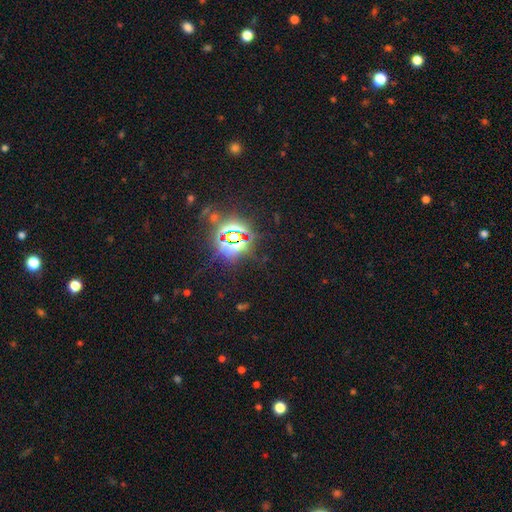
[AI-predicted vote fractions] Q: Smooth or featured?
A: star or artifact (83%); runner-up: smooth (10%)